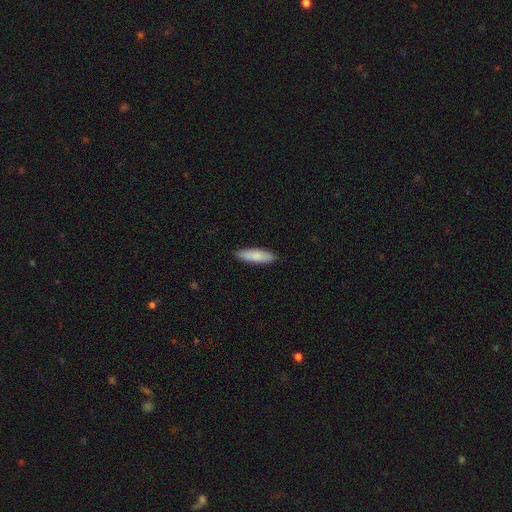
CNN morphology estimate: Q: Smooth or featured?
A: smooth (84%); runner-up: featured or disk (10%)
Q: How rounded?
A: cigar-shaped (58%); runner-up: in between (40%)
Q: Merging?
A: none (89%); runner-up: minor disturbance (9%)